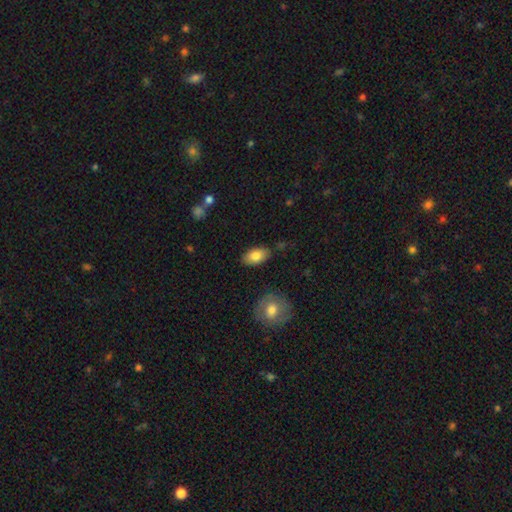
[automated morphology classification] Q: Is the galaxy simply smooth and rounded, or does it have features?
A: smooth — 81%.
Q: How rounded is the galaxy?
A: in between — 92%.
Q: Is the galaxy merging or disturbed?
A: none — 84%.